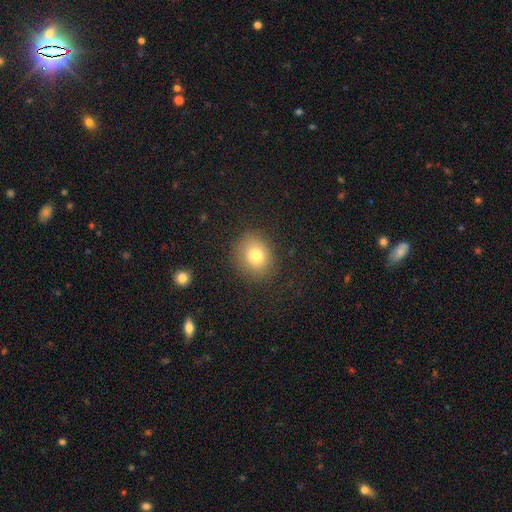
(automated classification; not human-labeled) Smooth or featured: smooth — 77% (star or artifact — 12%)
How rounded: round — 72% (in between — 27%)
Merging: none — 84% (minor disturbance — 10%)